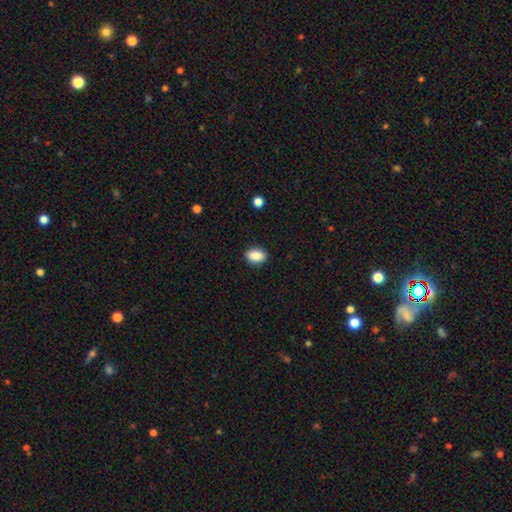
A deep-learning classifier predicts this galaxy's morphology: type=smooth (89%); roundness=in between (83%); merging=none (88%).